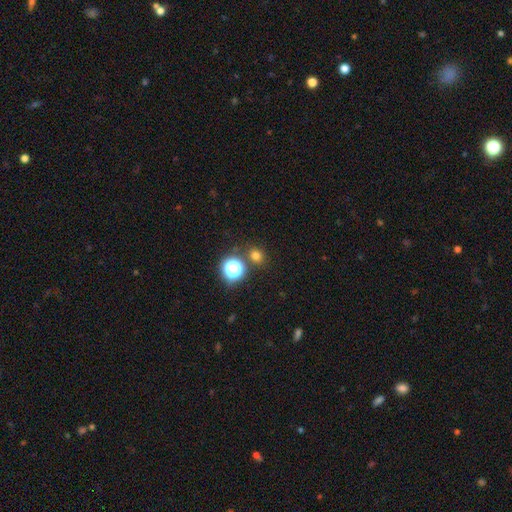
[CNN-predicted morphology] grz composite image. It shows a smooth galaxy with no disk features (71%) that is round (79%). Merging: none (81%).